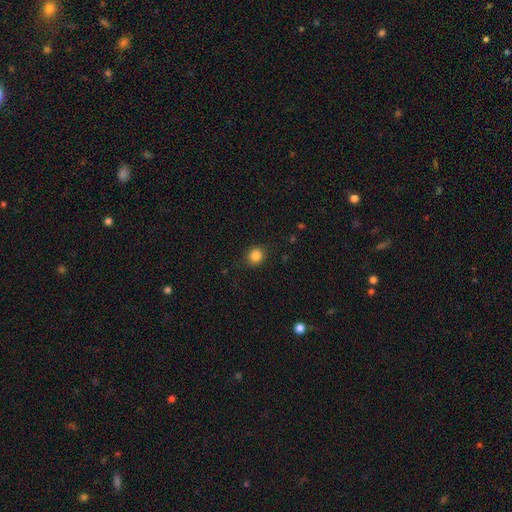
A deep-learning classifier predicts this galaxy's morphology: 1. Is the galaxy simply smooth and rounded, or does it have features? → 84% smooth, 11% star or artifact, 5% featured or disk.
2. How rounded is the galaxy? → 80% round, 19% in between, 1% cigar-shaped.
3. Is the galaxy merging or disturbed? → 86% none, 10% minor disturbance, 3% major disturbance, 1% merger.